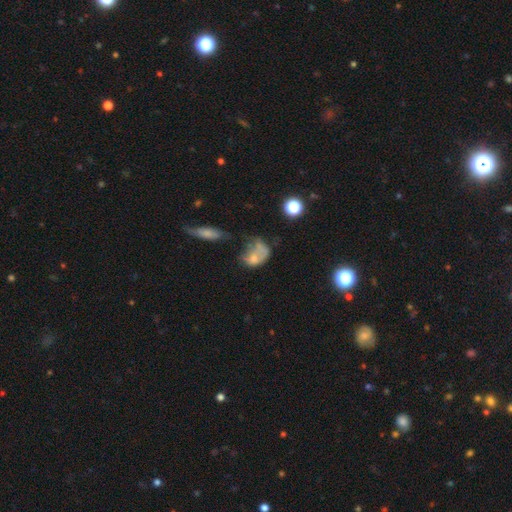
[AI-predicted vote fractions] Smooth or featured? Predicted: smooth (p=0.54). How rounded? Predicted: in between (p=0.71). Merging? Predicted: major disturbance (p=0.39).